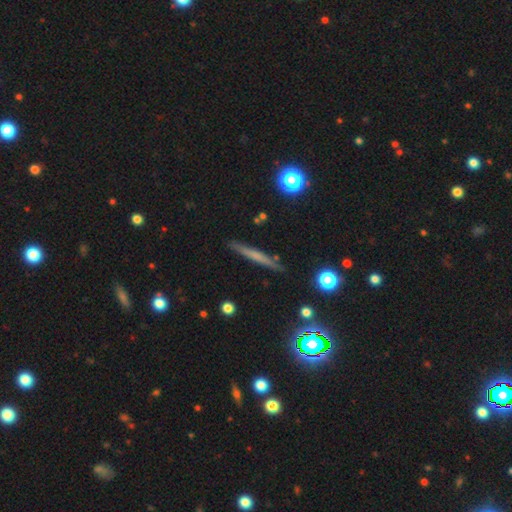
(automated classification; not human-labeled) The model was most divided on "smooth or featured": smooth: 46%, featured or disk: 45%, star or artifact: 10%. More confident: merging — none (89%).